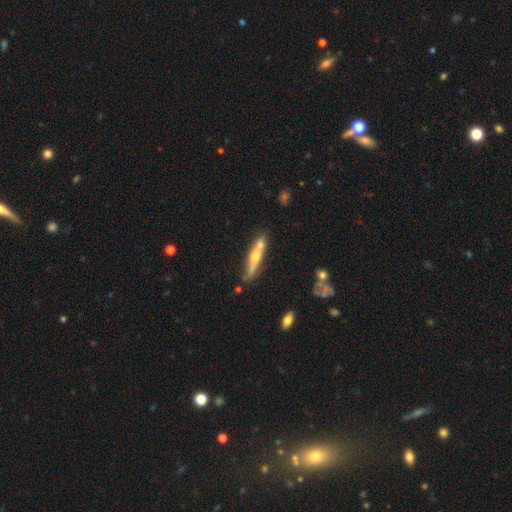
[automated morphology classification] smooth-or-featured: featured or disk: 50% | smooth: 44% | star or artifact: 6%
  merging: none: 62% | minor disturbance: 19% | merger: 15% | major disturbance: 5%